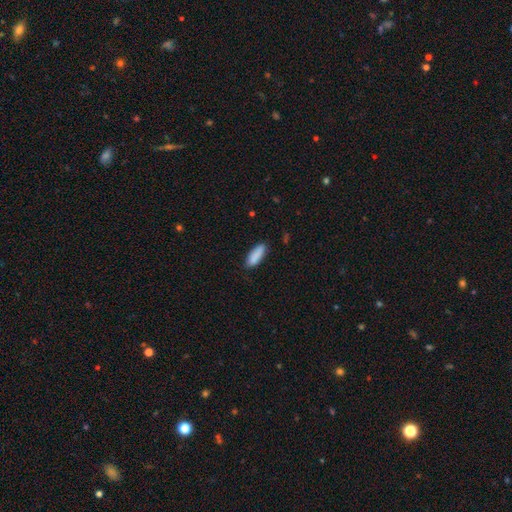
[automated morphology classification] type=smooth (88%); roundness=in between (64%); merging=none (81%).